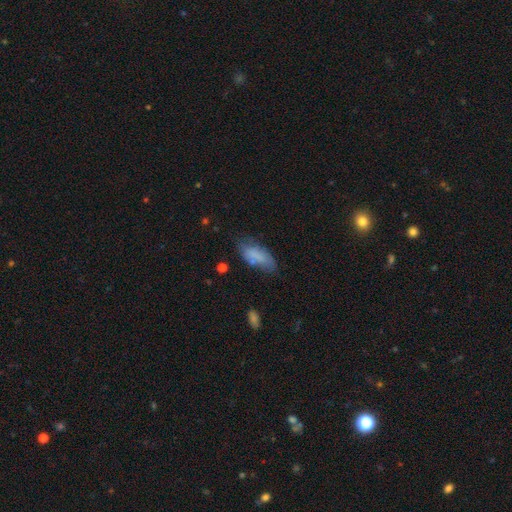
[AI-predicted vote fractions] Smooth or featured?
  - smooth: 76% *
  - featured or disk: 16%
  - star or artifact: 9%
How rounded?
  - in between: 80% *
  - cigar-shaped: 18%
  - round: 2%
Merging?
  - none: 54% *
  - minor disturbance: 30%
  - major disturbance: 12%
  - merger: 4%